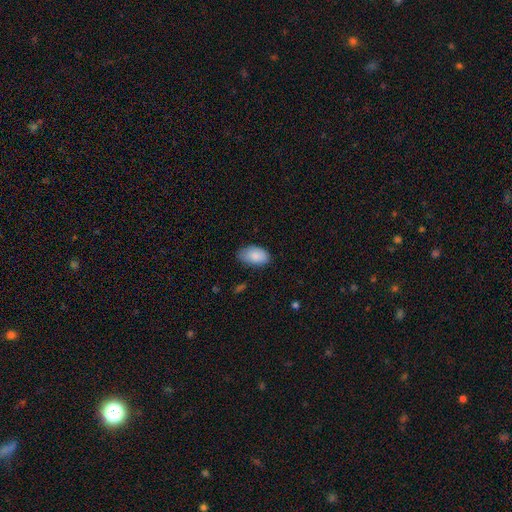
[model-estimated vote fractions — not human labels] Smooth or featured: smooth — 87% (star or artifact — 6%)
How rounded: in between — 94% (round — 5%)
Merging: none — 73% (minor disturbance — 22%)